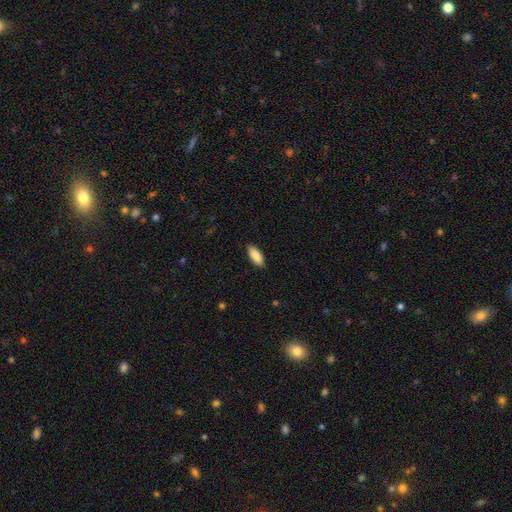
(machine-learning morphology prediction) Smooth or featured? Predicted: smooth (p=0.87). How rounded? Predicted: in between (p=0.81). Merging? Predicted: none (p=0.89).